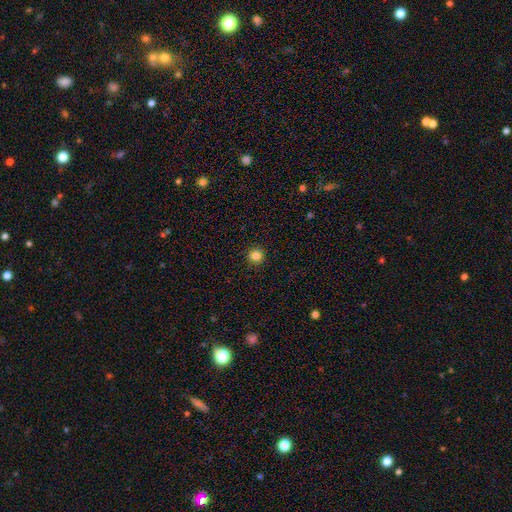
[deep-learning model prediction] Smooth or featured?
  - smooth: 85% *
  - star or artifact: 12%
  - featured or disk: 4%
How rounded?
  - round: 92% *
  - in between: 7%
  - cigar-shaped: 1%
Merging?
  - none: 92% *
  - minor disturbance: 5%
  - major disturbance: 2%
  - merger: 1%